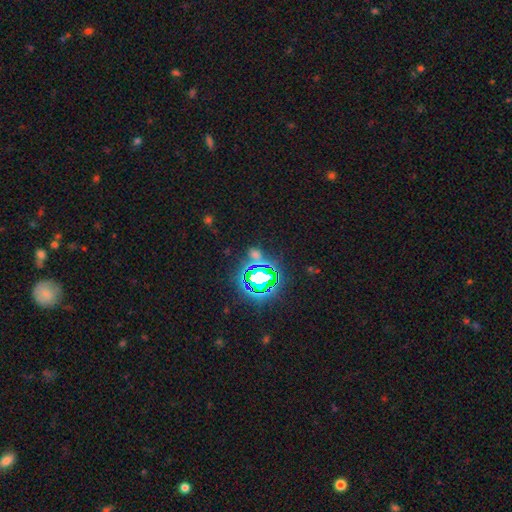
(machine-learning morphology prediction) The model was most divided on "smooth or featured": star or artifact: 68%, smooth: 23%, featured or disk: 9%.